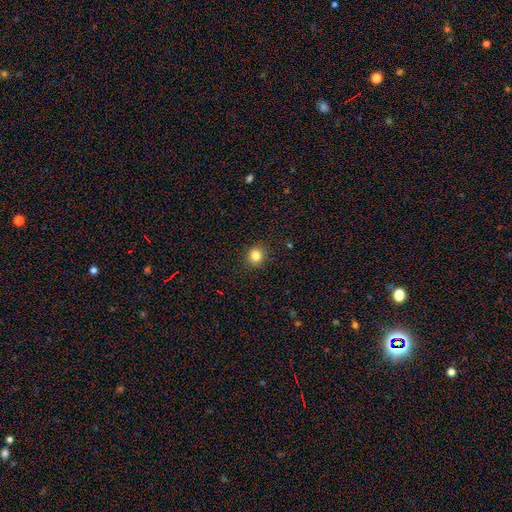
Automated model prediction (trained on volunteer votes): This appears to be a smooth galaxy with no disk features (83%) that is round (83%). Merging: none (91%).